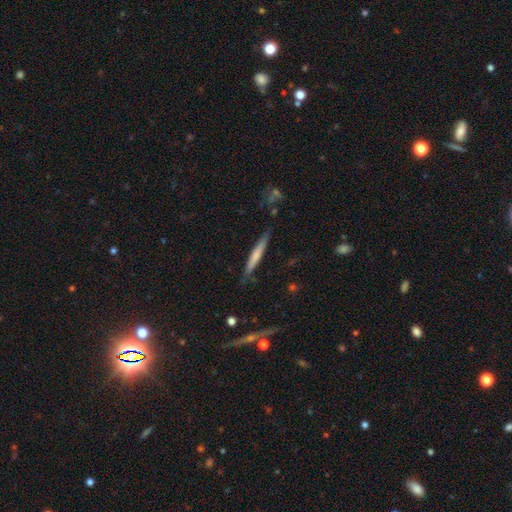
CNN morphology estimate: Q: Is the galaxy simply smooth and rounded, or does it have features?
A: smooth — 60%.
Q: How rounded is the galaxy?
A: cigar-shaped — 95%.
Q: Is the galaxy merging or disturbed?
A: none — 82%.